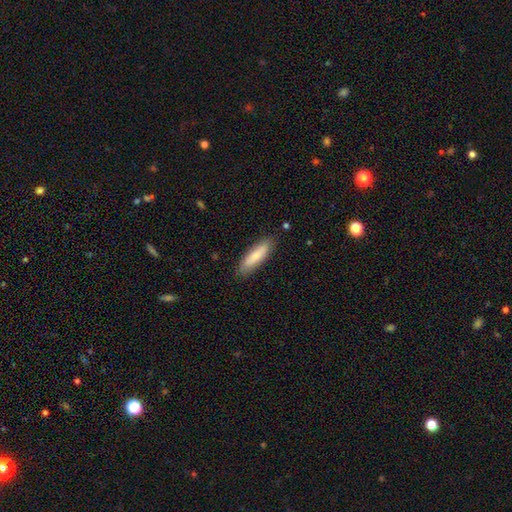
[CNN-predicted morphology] Smooth or featured? Predicted: smooth (p=0.81). How rounded? Predicted: cigar-shaped (p=0.66). Merging? Predicted: none (p=0.85).